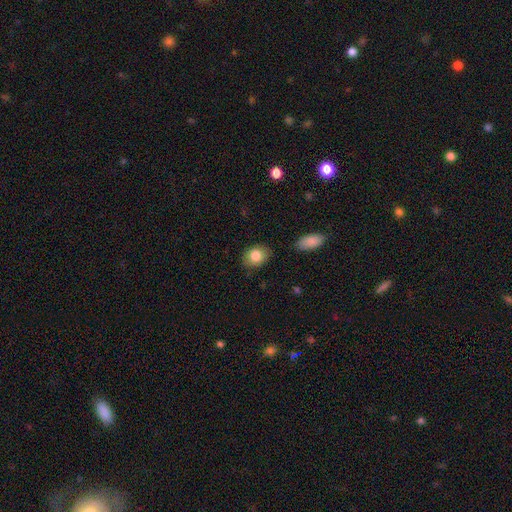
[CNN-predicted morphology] The model was most divided on "how rounded": in between: 59%, round: 40%, cigar-shaped: 1%. More confident: smooth or featured — smooth (83%); merging — none (80%).